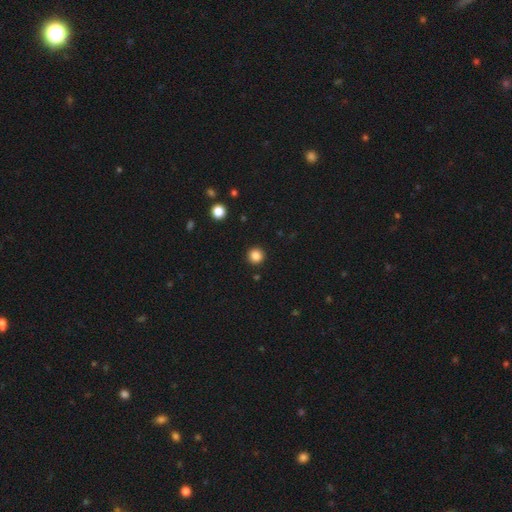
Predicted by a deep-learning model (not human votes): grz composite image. It shows a smooth galaxy with no disk features (85%) that is round (95%). Merging: none (93%).